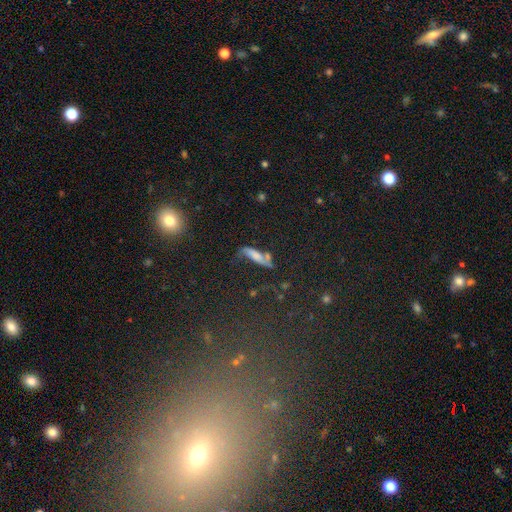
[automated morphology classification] type=smooth (52%); roundness=cigar-shaped (59%); merging=none (36%).